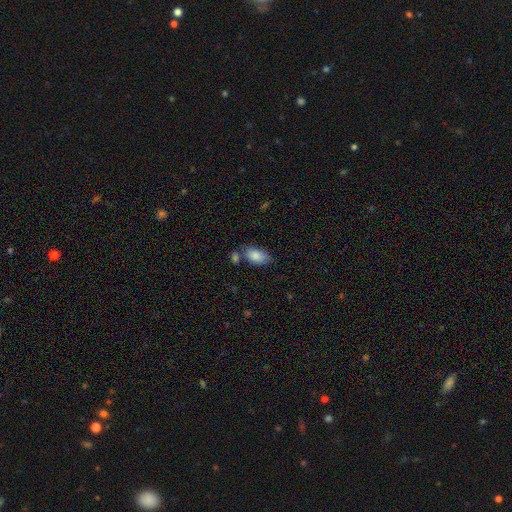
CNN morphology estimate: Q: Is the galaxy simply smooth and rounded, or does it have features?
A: smooth — 85%.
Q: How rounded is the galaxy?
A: in between — 92%.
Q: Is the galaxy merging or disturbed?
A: none — 57%.